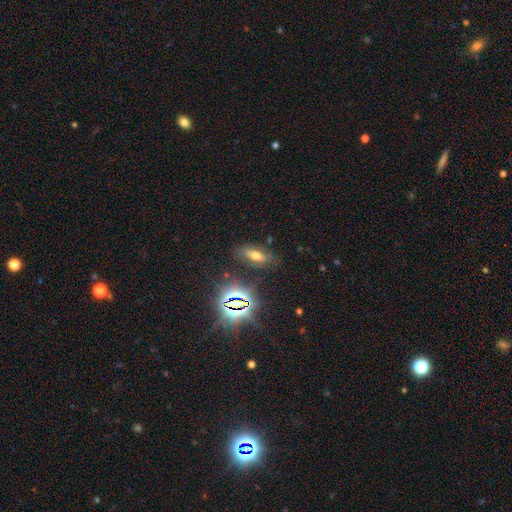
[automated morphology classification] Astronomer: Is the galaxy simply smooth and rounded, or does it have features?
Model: smooth — 44% (runner-up: star or artifact, 29%).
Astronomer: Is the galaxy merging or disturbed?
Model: none — 76%.